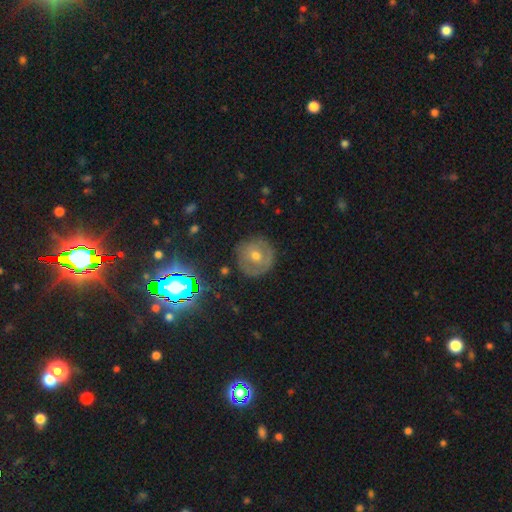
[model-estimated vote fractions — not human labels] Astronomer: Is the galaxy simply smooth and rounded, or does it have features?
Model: featured or disk — 42% (runner-up: smooth, 41%).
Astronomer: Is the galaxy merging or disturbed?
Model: none — 81%.